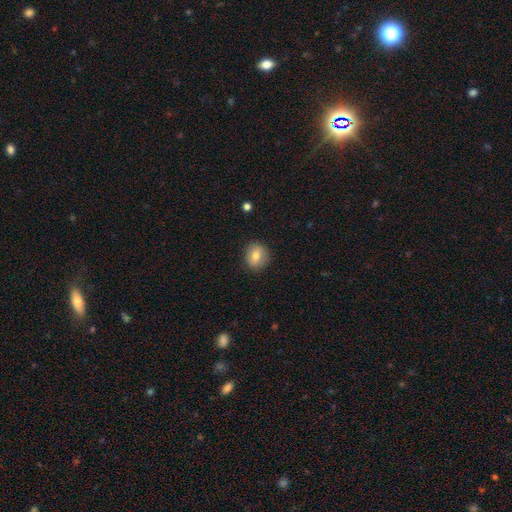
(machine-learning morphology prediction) The model was most divided on "how rounded": round: 79%, in between: 20%, cigar-shaped: 1%. More confident: merging — none (87%); smooth or featured — smooth (77%).